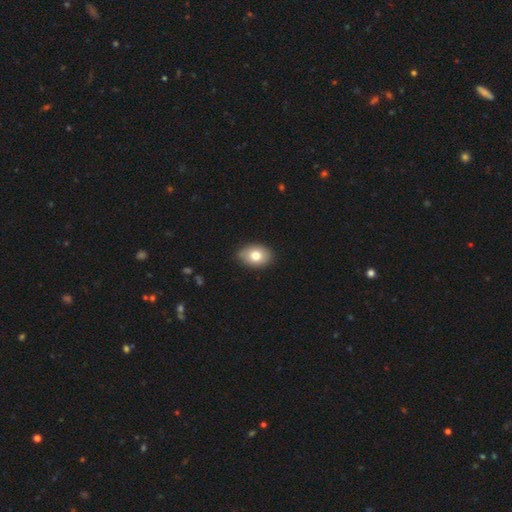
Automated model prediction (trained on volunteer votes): Overall: smooth (77%). How rounded: in between (79%). Merging: none (83%).